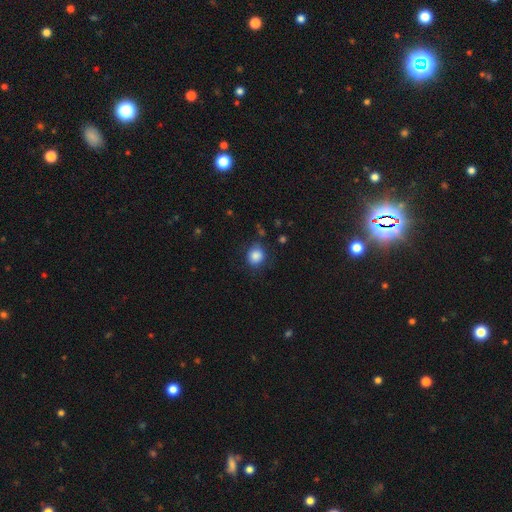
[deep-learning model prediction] Q: Smooth or featured?
A: smooth (85%); runner-up: star or artifact (9%)
Q: How rounded?
A: round (74%); runner-up: in between (25%)
Q: Merging?
A: none (75%); runner-up: minor disturbance (17%)